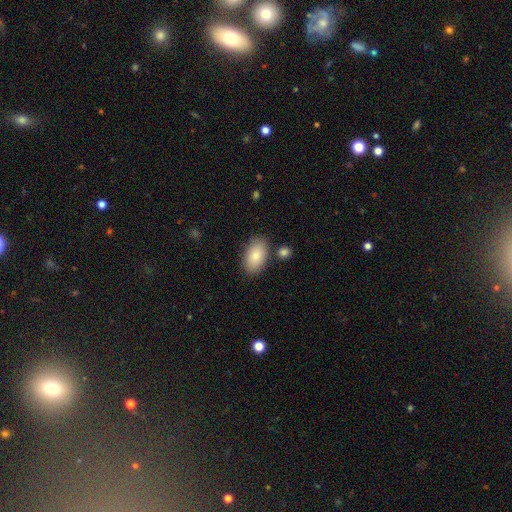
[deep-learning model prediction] This is clearly a smooth galaxy (85%). How rounded: clearly in between (94%). Merging: clearly none (81%).